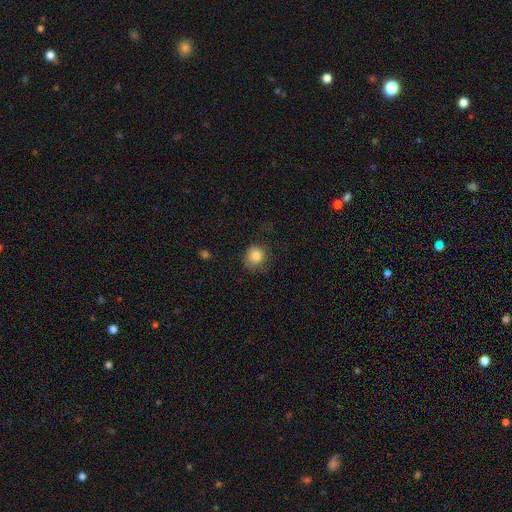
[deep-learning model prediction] A smooth galaxy with no disk features (83%) that is round (86%).

Vote fractions:
- Smooth or featured? smooth: 83% / star or artifact: 10% / featured or disk: 7%
- How rounded? round: 86% / in between: 13% / cigar-shaped: 1%
- Merging? none: 71% / minor disturbance: 19% / major disturbance: 8% / merger: 1%